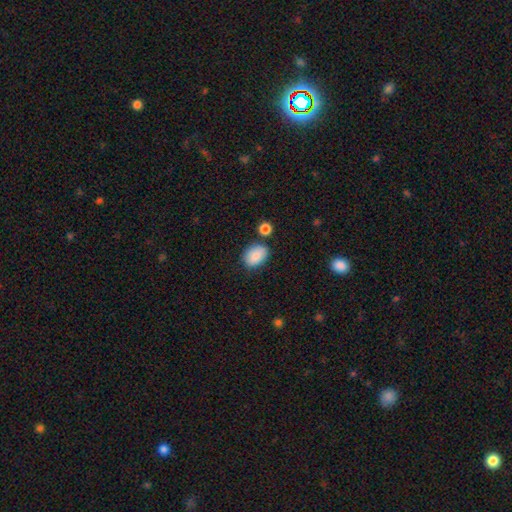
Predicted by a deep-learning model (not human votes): Smooth or featured? smooth (87%)
How rounded? in between (80%)
Merging? none (73%)